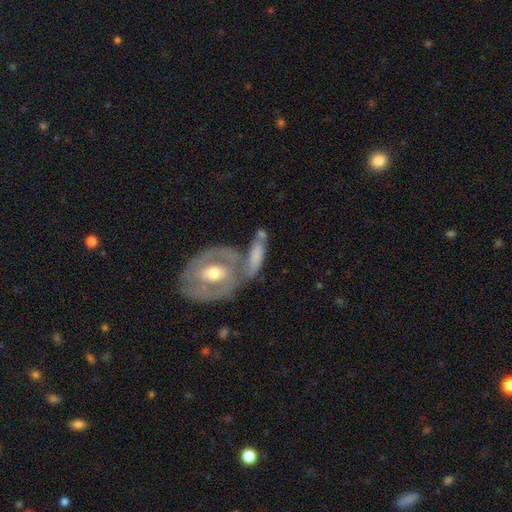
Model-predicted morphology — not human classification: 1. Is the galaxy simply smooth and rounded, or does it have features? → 53% featured or disk, 41% smooth, 6% star or artifact.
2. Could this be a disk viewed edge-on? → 81% no, 19% yes.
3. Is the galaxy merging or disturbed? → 43% merger, 34% none, 15% minor disturbance, 9% major disturbance.